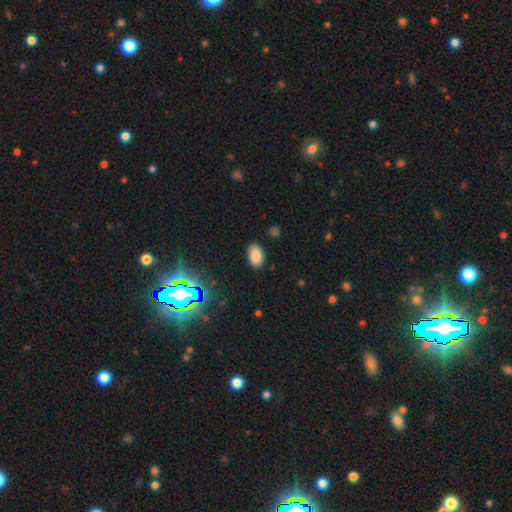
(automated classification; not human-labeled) Smooth or featured?
  - smooth: 82% *
  - star or artifact: 13%
  - featured or disk: 5%
How rounded?
  - in between: 90% *
  - round: 9%
  - cigar-shaped: 1%
Merging?
  - none: 86% *
  - minor disturbance: 10%
  - major disturbance: 3%
  - merger: 1%